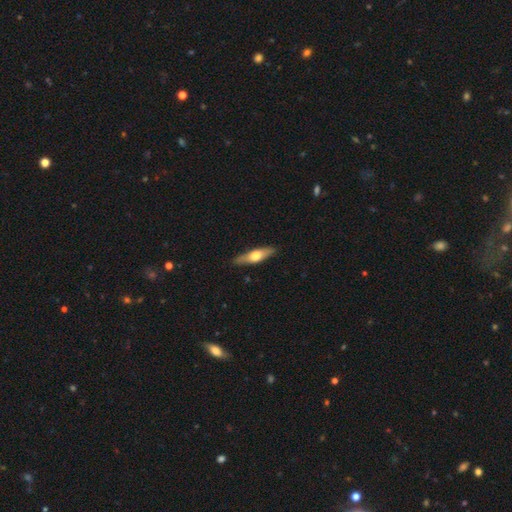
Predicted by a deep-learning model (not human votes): smooth_or_featured: featured or disk (p=0.48) [alt: smooth p=0.47]
merging: none (p=0.89) [alt: minor disturbance p=0.09]